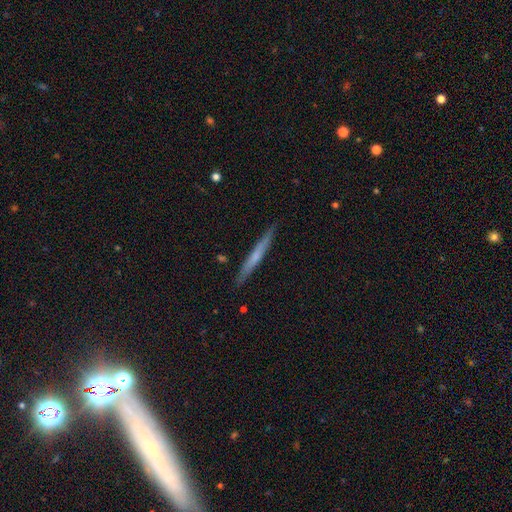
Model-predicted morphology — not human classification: type=smooth (47%, tied with featured or disk); merging=none (90%).